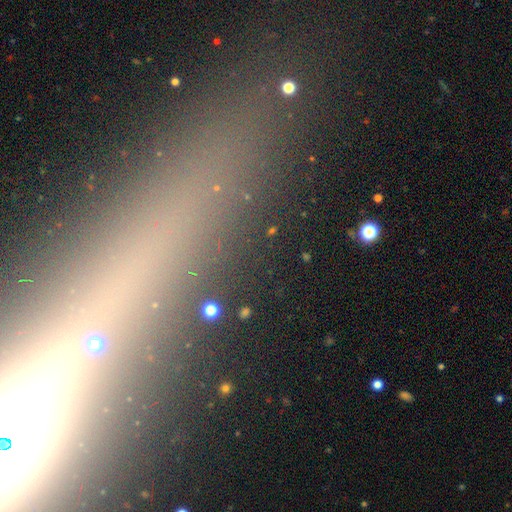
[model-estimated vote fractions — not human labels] Smooth or featured?
  - star or artifact: 58% *
  - smooth: 24%
  - featured or disk: 18%